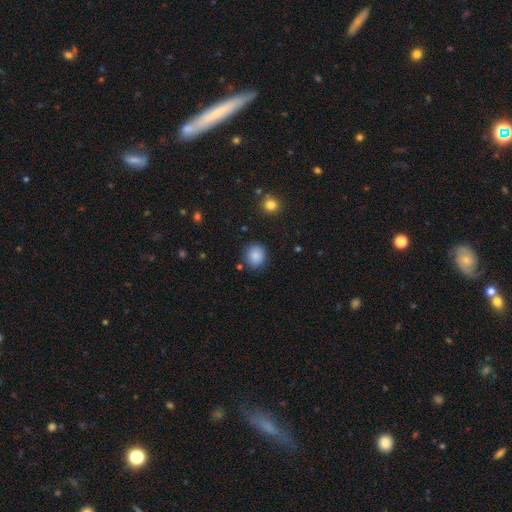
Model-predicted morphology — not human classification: Q: Smooth or featured?
A: smooth (87%); runner-up: star or artifact (9%)
Q: How rounded?
A: round (80%); runner-up: in between (19%)
Q: Merging?
A: none (84%); runner-up: minor disturbance (10%)